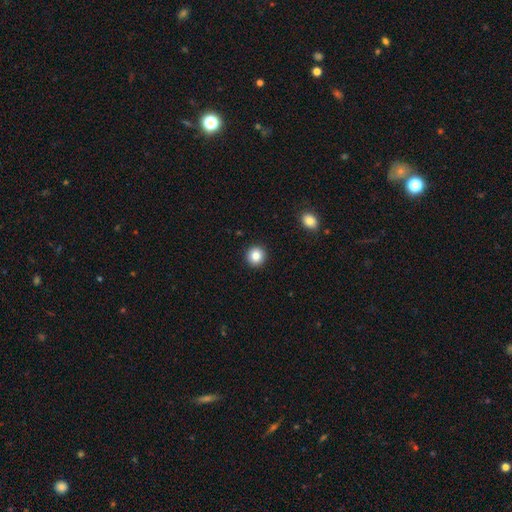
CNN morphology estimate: smooth_or_featured: smooth (p=0.85) [alt: star or artifact p=0.10]
how_rounded: round (p=0.94) [alt: in between p=0.05]
merging: none (p=0.93) [alt: minor disturbance p=0.04]